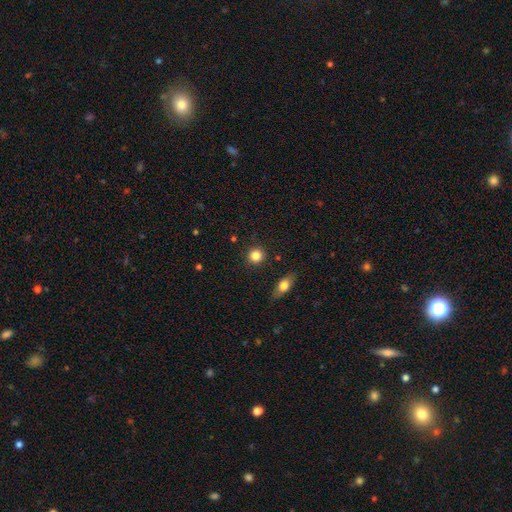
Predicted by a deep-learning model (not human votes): This is clearly a smooth galaxy (84%). How rounded: clearly round (92%). Merging: clearly none (89%).